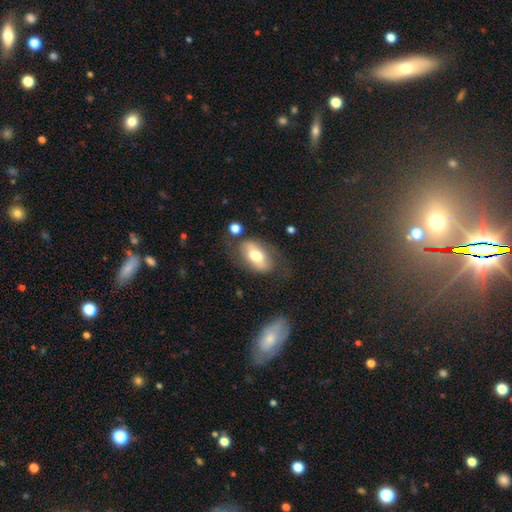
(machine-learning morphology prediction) type=smooth (57%); roundness=in between (90%); merging=none (62%).